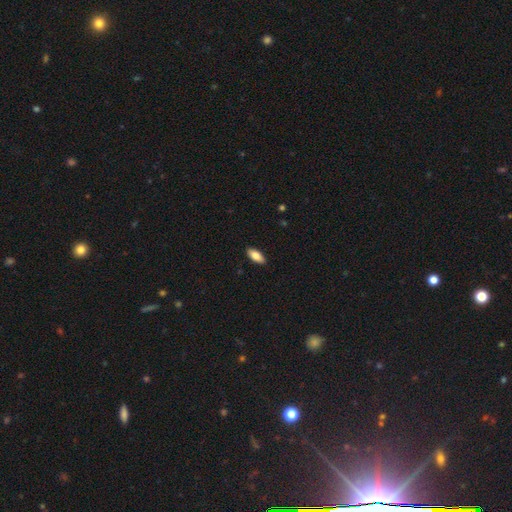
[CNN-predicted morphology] Smooth or featured? Predicted: smooth (p=0.82). How rounded? Predicted: in between (p=0.85). Merging? Predicted: none (p=0.90).